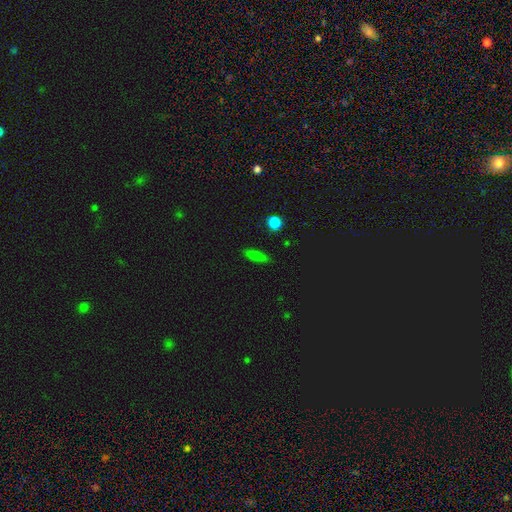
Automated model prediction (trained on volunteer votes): A smooth galaxy with no disk features (78%) that is cigar-shaped (52%). Merging: none (84%).